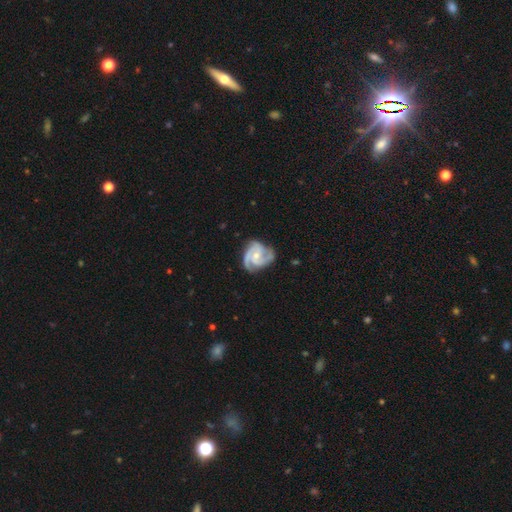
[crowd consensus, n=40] smooth_or_featured: featured or disk (p=0.97) [alt: star or artifact p=0.03]
disk_edge_on: no (p=0.97) [alt: yes p=0.03]
bar: no (p=0.55) [alt: weak p=0.42]
has_spiral_arms: yes (p=0.97) [alt: no p=0.03]
spiral_winding: medium (p=0.54) [alt: tight p=0.32]
spiral_arm_count: 2 (p=0.51) [alt: 3 p=0.41]
bulge_size: small (p=0.58) [alt: moderate p=0.42]
merging: none (p=0.59) [alt: minor disturbance p=0.31]